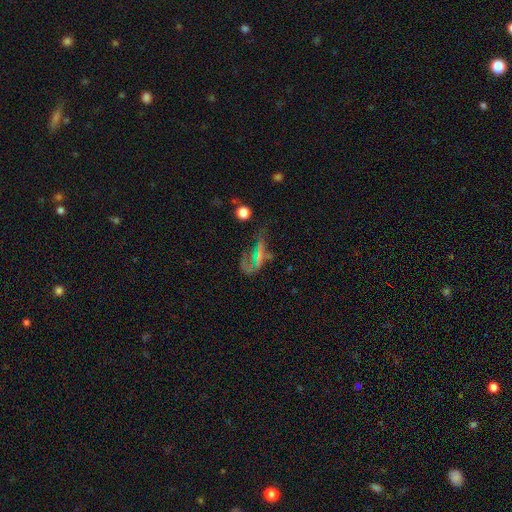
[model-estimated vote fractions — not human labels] Q: Smooth or featured?
A: featured or disk (44%); runner-up: smooth (31%)
Q: Merging?
A: major disturbance (45%); runner-up: none (27%)